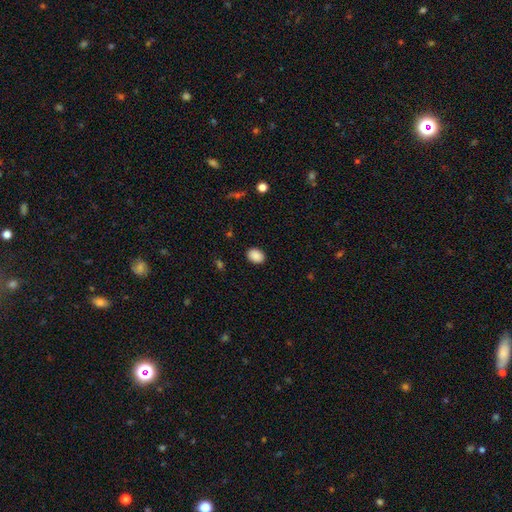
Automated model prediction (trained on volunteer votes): This is clearly a smooth galaxy (89%). How rounded: likely in between (68%). Merging: clearly none (89%).